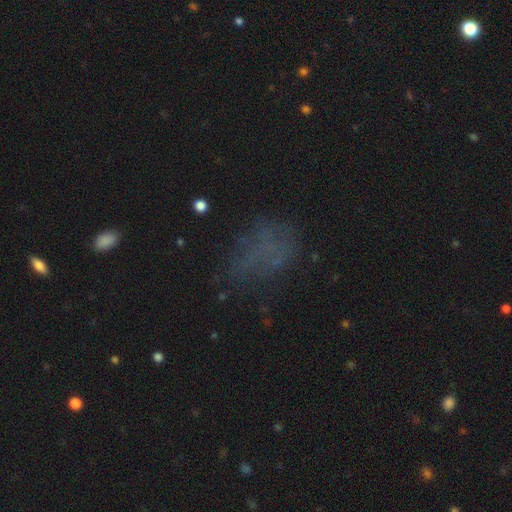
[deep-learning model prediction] Smooth or featured?
  - smooth: 41% *
  - star or artifact: 39%
  - featured or disk: 19%
Merging?
  - none: 51% *
  - major disturbance: 24%
  - minor disturbance: 21%
  - merger: 4%